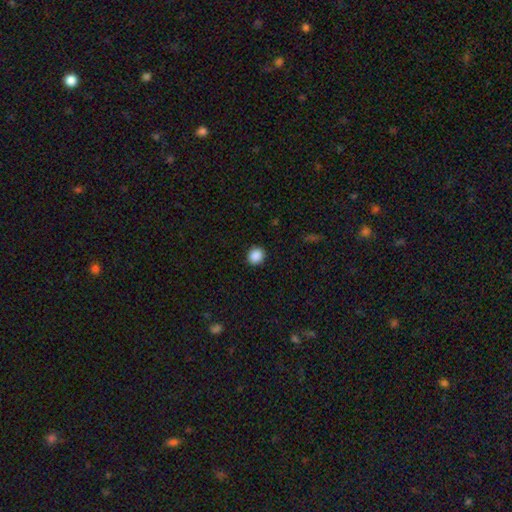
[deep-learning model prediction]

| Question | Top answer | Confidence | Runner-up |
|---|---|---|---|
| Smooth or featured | smooth | 89% | star or artifact (9%) |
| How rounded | round | 85% | in between (14%) |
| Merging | none | 91% | minor disturbance (6%) |